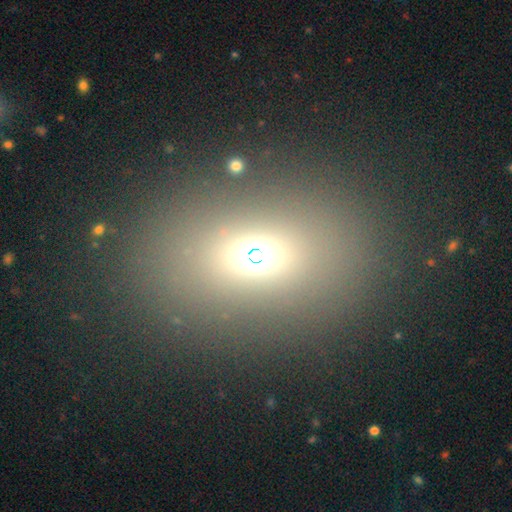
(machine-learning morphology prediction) Overall: smooth (62%; star or artifact 24%). How rounded: in between (62%; round 35%). Merging: none (77%).